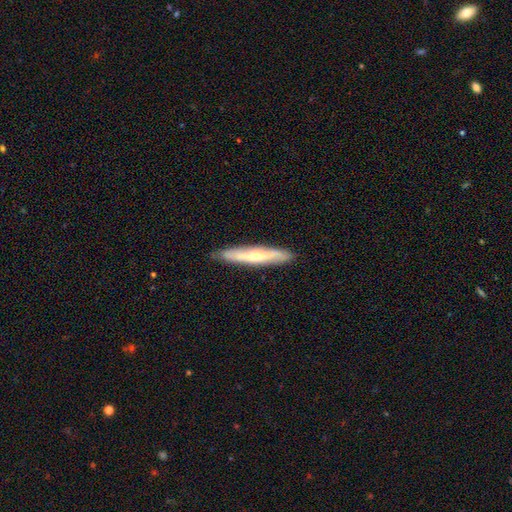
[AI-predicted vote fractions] Smooth or featured? featured or disk (52%)
Edge-on disk? yes (83%)
Merging? none (89%)